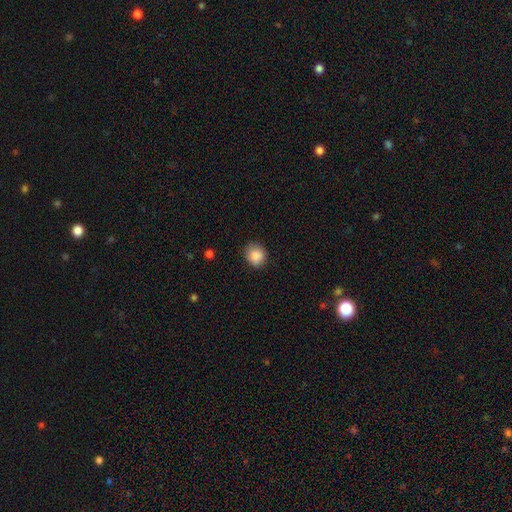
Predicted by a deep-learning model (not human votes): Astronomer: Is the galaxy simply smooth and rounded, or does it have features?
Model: smooth — 87%.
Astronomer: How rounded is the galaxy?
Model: round — 79%.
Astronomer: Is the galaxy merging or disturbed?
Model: none — 84%.